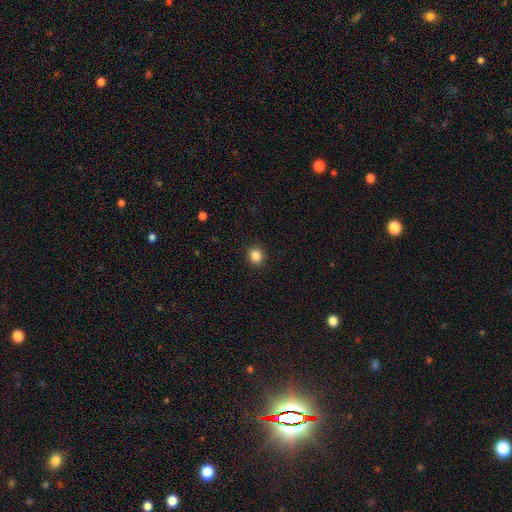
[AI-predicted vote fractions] The model was most divided on "how rounded": round: 82%, in between: 17%, cigar-shaped: 1%. More confident: merging — none (91%); smooth or featured — smooth (85%).